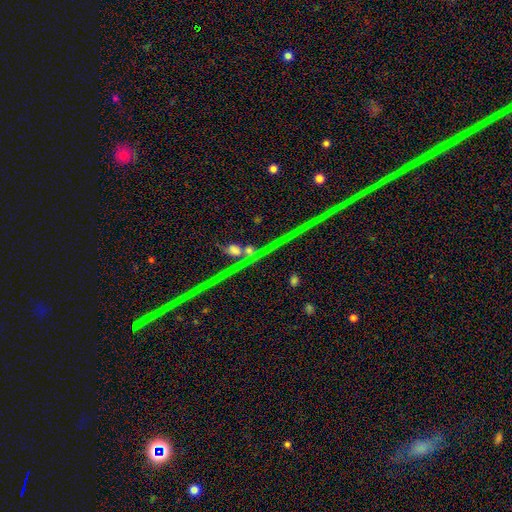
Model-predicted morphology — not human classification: Overall: star or artifact (76%).